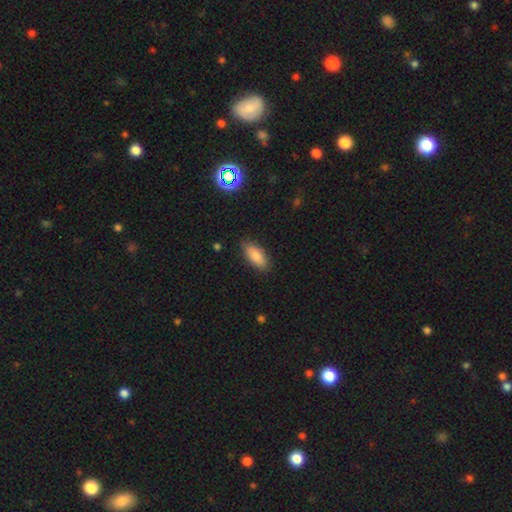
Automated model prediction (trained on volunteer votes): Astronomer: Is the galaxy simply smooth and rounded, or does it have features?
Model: smooth — 83%.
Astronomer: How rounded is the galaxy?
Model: in between — 86%.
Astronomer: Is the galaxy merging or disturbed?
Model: none — 82%.